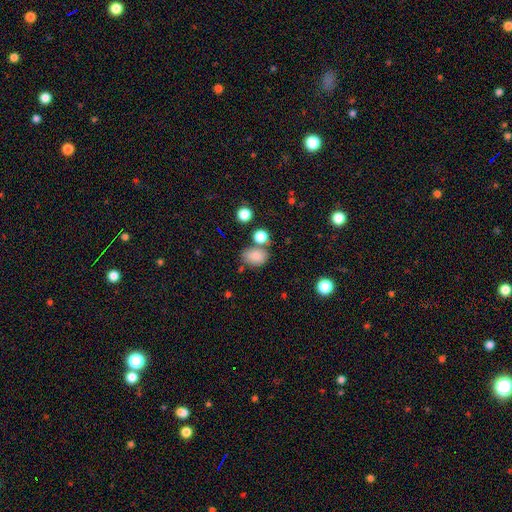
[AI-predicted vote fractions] smooth_or_featured: smooth (p=0.83) [alt: star or artifact p=0.11]
how_rounded: in between (p=0.70) [alt: round p=0.29]
merging: none (p=0.61) [alt: merger p=0.18]